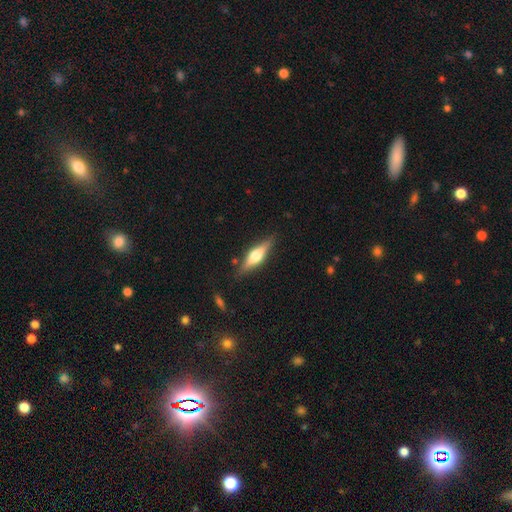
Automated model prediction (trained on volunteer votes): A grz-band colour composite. It shows a featured or disk galaxy (58%) viewed edge-on (94%) with a rounded central bulge (93%). Merging: none (84%).